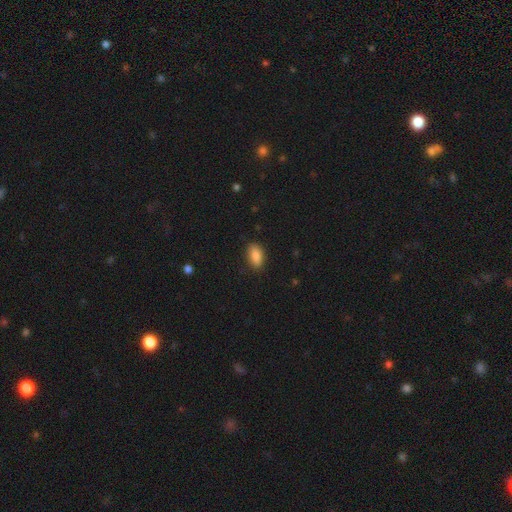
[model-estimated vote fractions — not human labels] This is clearly a smooth galaxy (87%). How rounded: clearly in between (89%). Merging: clearly none (85%).